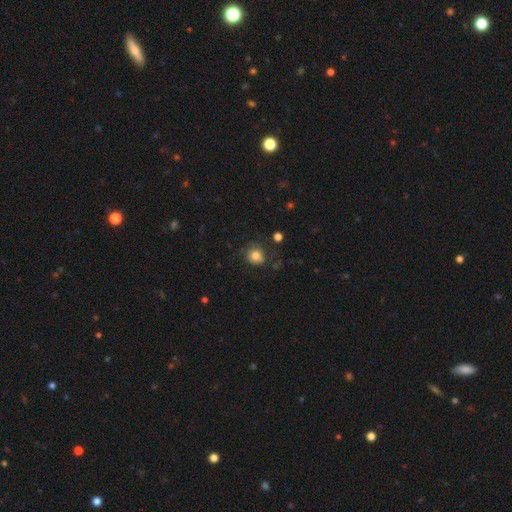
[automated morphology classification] This appears to be a smooth galaxy with no disk features (79%) that is round (82%). Merging: none (71%).